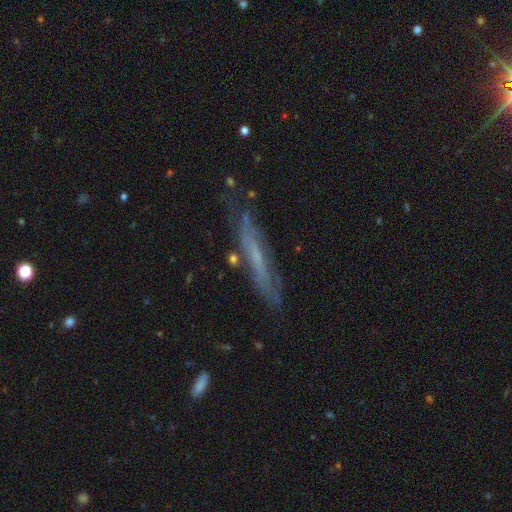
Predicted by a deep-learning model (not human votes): This appears to be a featured or disk galaxy (55%) viewed edge-on (72%). Merging: none (72%).